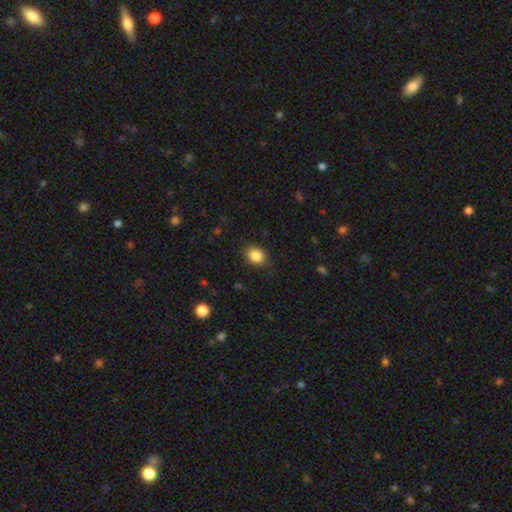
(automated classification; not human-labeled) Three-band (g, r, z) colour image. It shows a smooth galaxy with no disk features (85%) that is round (52%). Merging: none (81%).